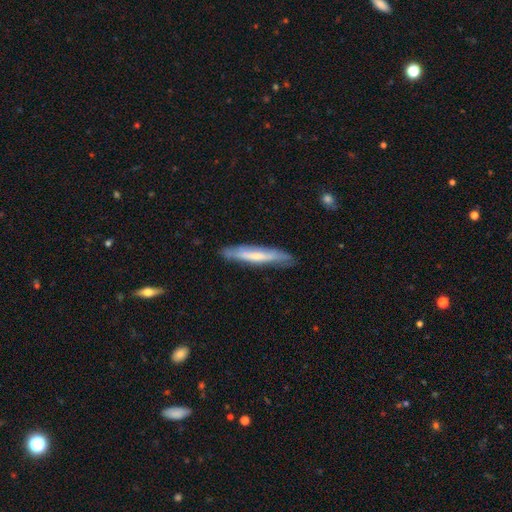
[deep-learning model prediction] Smooth or featured? smooth (48%)
Merging? none (80%)